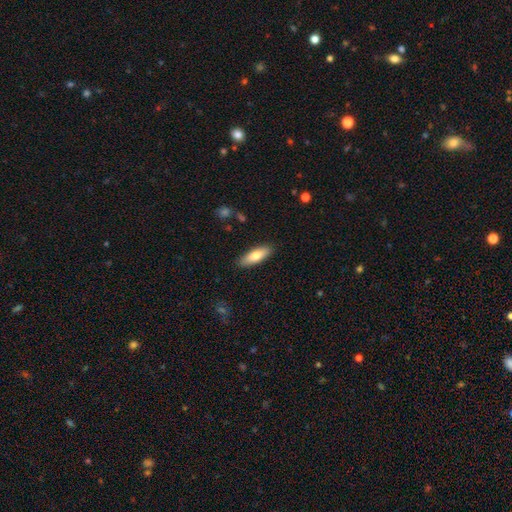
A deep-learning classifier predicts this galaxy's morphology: Smooth or featured: smooth — 75% (featured or disk — 19%)
How rounded: in between — 59% (cigar-shaped — 39%)
Merging: none — 89% (minor disturbance — 8%)